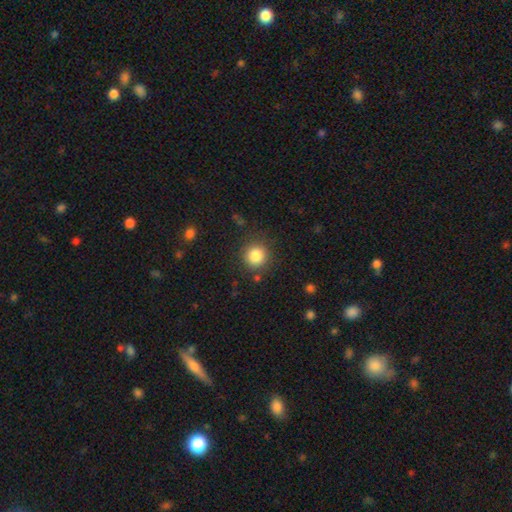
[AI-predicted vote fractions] A smooth galaxy with no disk features (83%) that is round (92%).

Vote fractions:
- Smooth or featured? smooth: 83% / star or artifact: 11% / featured or disk: 6%
- How rounded? round: 92% / in between: 7% / cigar-shaped: 1%
- Merging? none: 85% / minor disturbance: 9% / major disturbance: 4% / merger: 2%